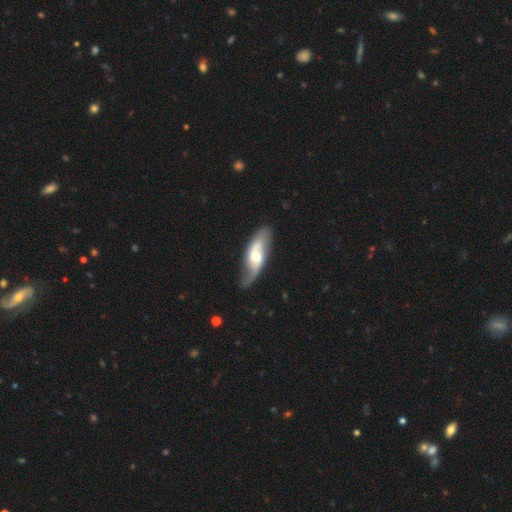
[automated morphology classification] featured or disk 66%, smooth 29%, star or artifact 5%. Down the decision tree: edge-on disk — no (82%); bar — no (53%); spiral arms — yes (85%); bulge size — moderate (60%); merging — none (67%).